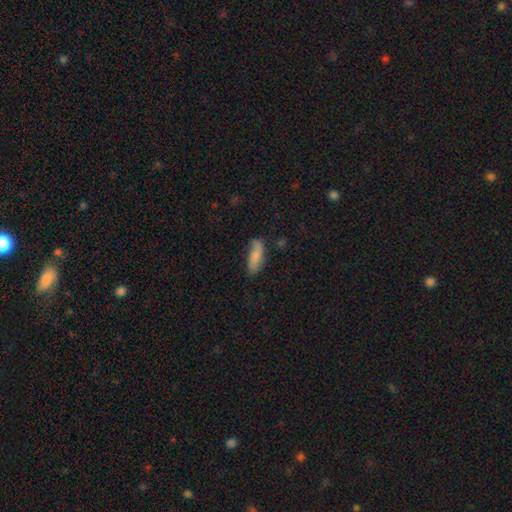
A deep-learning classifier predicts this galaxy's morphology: A smooth galaxy with no disk features (68%) that is in between round and cigar-shaped (63%). Merging: none (68%).